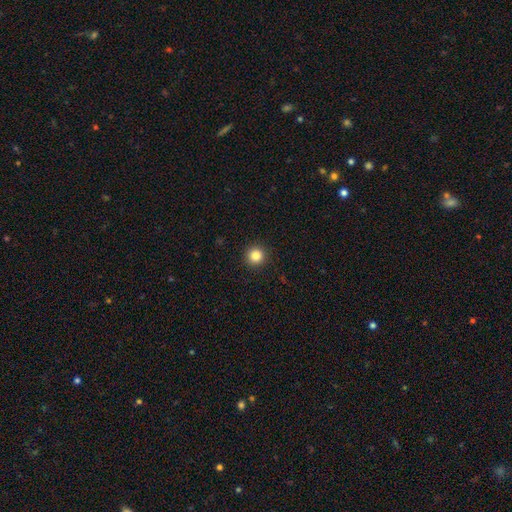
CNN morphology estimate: smooth_or_featured: smooth (p=0.84) [alt: star or artifact p=0.11]
how_rounded: round (p=0.95) [alt: in between p=0.04]
merging: none (p=0.93) [alt: minor disturbance p=0.04]